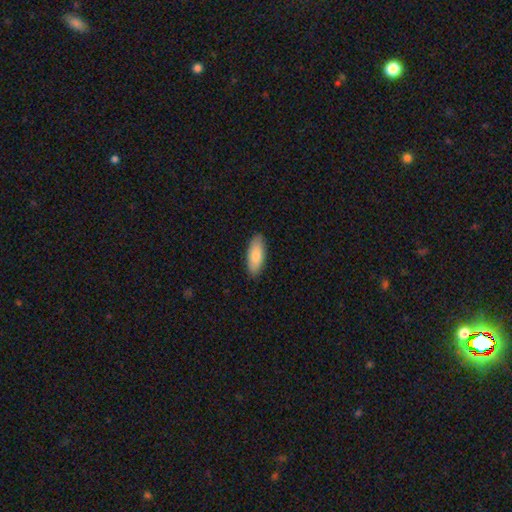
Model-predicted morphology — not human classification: A smooth galaxy with no disk features (83%) that is in between round and cigar-shaped (80%).

Vote fractions:
- Smooth or featured? smooth: 83% / featured or disk: 11% / star or artifact: 5%
- How rounded? in between: 80% / cigar-shaped: 18% / round: 2%
- Merging? none: 88% / minor disturbance: 9% / major disturbance: 2% / merger: 1%